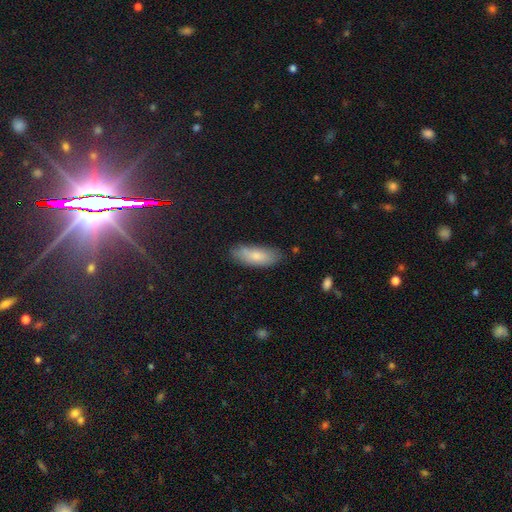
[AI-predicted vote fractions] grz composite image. It shows a smooth galaxy with no disk features (78%) that is in between round and cigar-shaped (68%). Merging: none (72%).